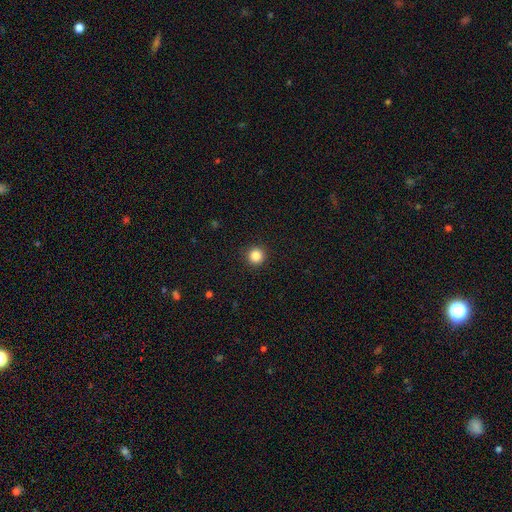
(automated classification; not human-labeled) Smooth or featured? smooth (85%)
How rounded? round (96%)
Merging? none (93%)